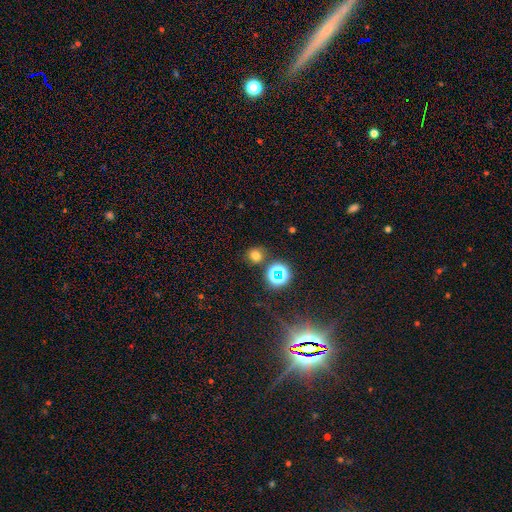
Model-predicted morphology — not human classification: Smooth or featured? Predicted: smooth (p=0.68). How rounded? Predicted: round (p=0.85). Merging? Predicted: none (p=0.80).